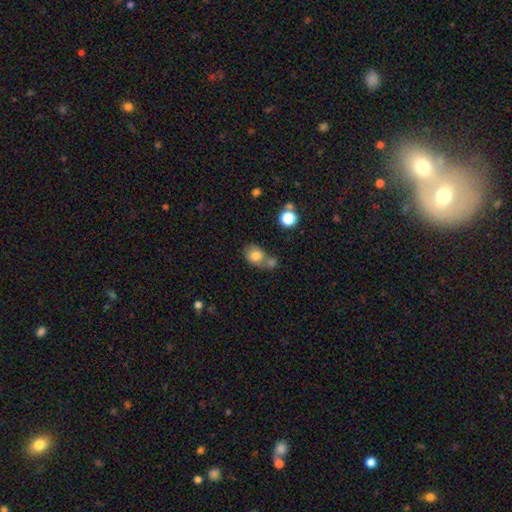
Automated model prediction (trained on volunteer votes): A smooth galaxy with no disk features (79%) that is in between round and cigar-shaped (59%).

Vote fractions:
- Smooth or featured? smooth: 79% / featured or disk: 11% / star or artifact: 10%
- How rounded? in between: 59% / round: 40% / cigar-shaped: 1%
- Merging? merger: 43% / none: 36% / minor disturbance: 14% / major disturbance: 7%